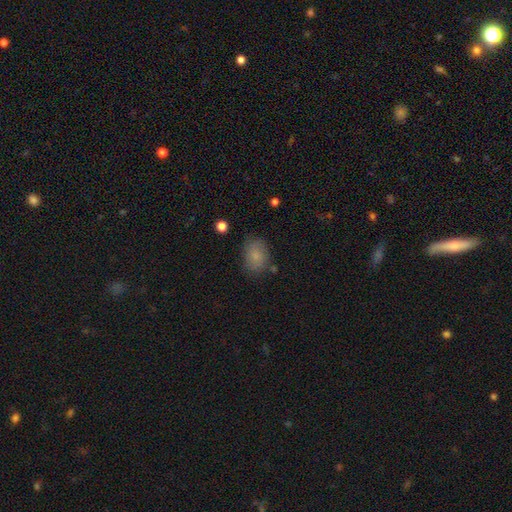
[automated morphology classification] smooth 82%, star or artifact 9%, featured or disk 9%. Down the decision tree: how rounded — in between (72%); merging — none (77%).